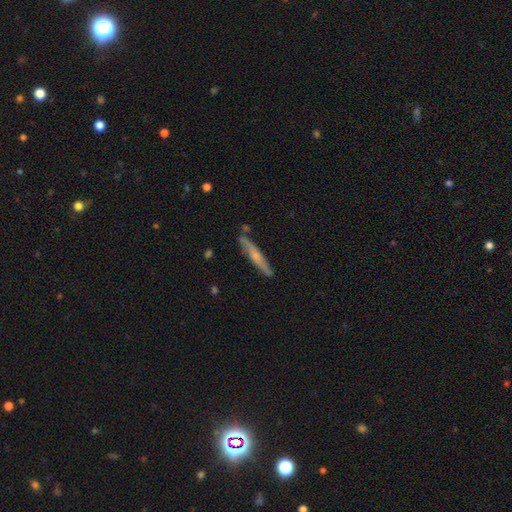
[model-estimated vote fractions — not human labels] Morphology: type=featured or disk (48%); merging=none (82%).